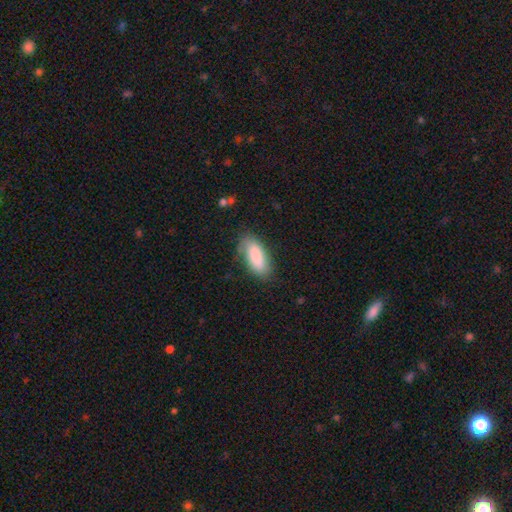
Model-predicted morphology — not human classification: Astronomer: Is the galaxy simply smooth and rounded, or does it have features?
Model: smooth — 85%.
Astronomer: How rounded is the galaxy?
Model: in between — 83%.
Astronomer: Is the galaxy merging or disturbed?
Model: none — 73%.